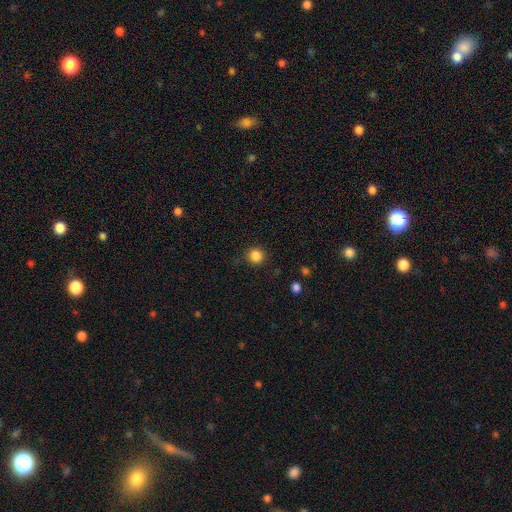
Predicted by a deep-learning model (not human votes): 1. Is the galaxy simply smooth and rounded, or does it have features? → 85% smooth, 11% star or artifact, 4% featured or disk.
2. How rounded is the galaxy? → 92% round, 7% in between, 1% cigar-shaped.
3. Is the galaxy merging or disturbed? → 84% none, 11% minor disturbance, 4% major disturbance, 1% merger.